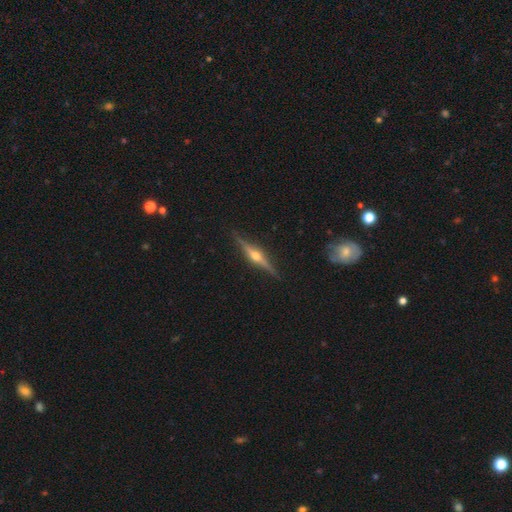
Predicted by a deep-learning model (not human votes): Smooth or featured? featured or disk (83%)
Edge-on disk? yes (98%)
Edge-on bulge? rounded (95%)
Merging? none (90%)